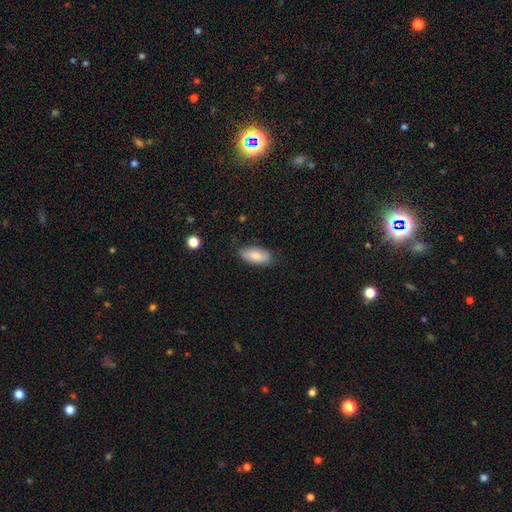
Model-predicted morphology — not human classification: Smooth or featured? smooth (78%)
How rounded? in between (89%)
Merging? none (74%)